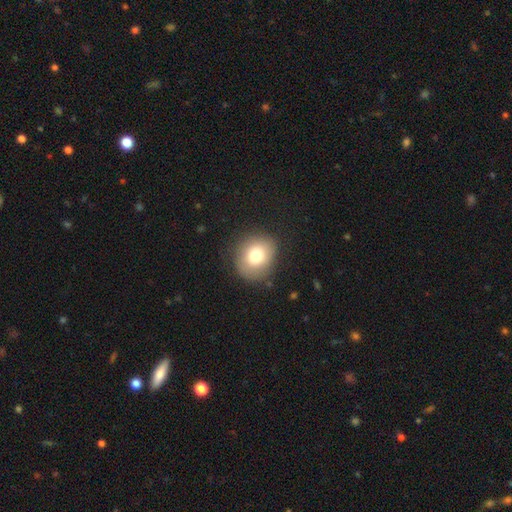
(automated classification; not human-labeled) Smooth or featured: smooth — 76% (featured or disk — 14%)
How rounded: round — 71% (in between — 29%)
Merging: none — 82% (minor disturbance — 12%)